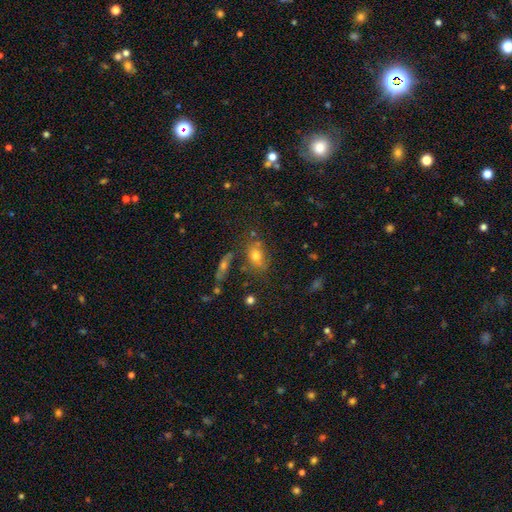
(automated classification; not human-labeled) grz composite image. It shows a smooth galaxy with no disk features (68%) that is in between round and cigar-shaped (66%). Merging: none (61%).